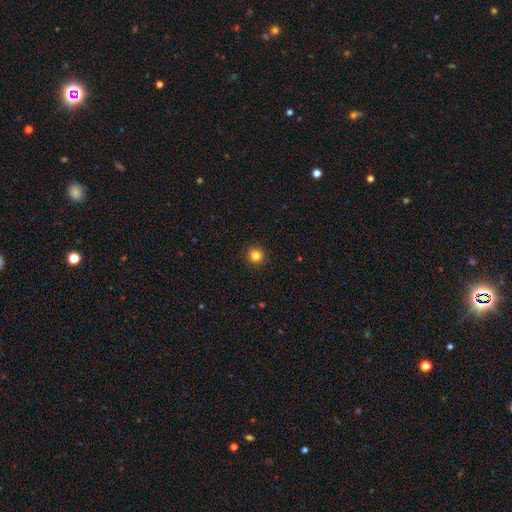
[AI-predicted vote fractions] smooth 83%, star or artifact 12%, featured or disk 5%. Down the decision tree: how rounded — round (95%); merging — none (93%).